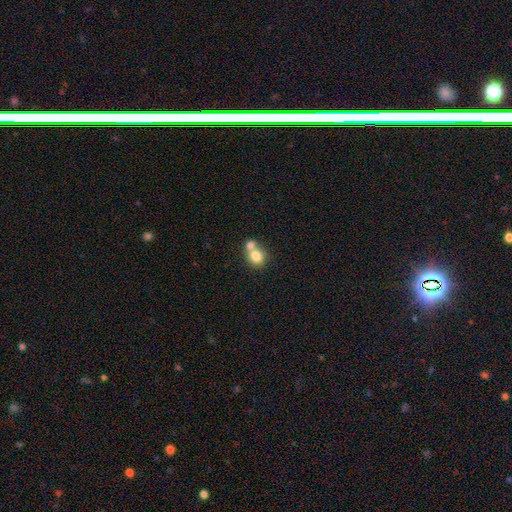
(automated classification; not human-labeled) smooth_or_featured: smooth (p=0.78) [alt: featured or disk p=0.13]
how_rounded: round (p=0.71) [alt: in between p=0.28]
merging: merger (p=0.56) [alt: none p=0.35]